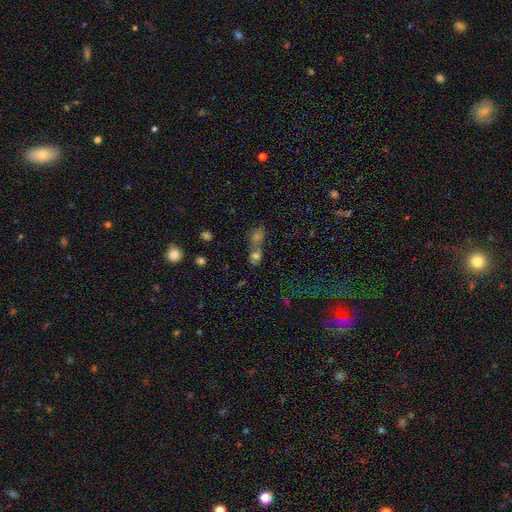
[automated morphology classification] This is possibly a smooth galaxy (60%). How rounded: possibly in between (50%). Merging: possibly merger (57%).